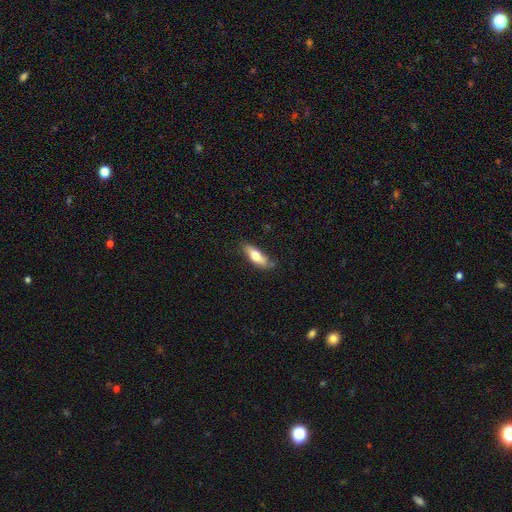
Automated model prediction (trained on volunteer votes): This appears to be a smooth galaxy with no disk features (67%) that is in between round and cigar-shaped (58%). Merging: none (69%).